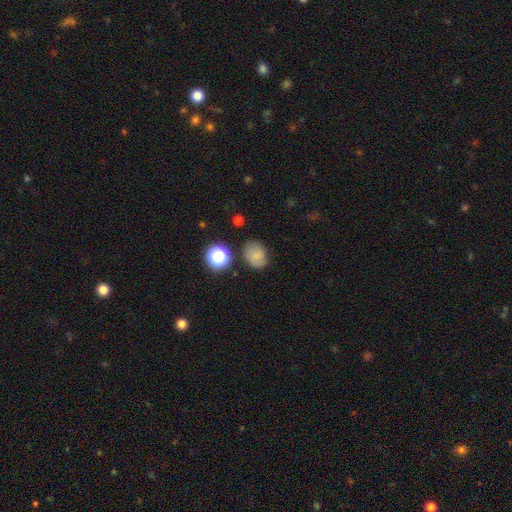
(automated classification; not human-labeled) Smooth or featured: smooth — 67% (featured or disk — 19%)
How rounded: in between — 51% (round — 48%)
Merging: none — 71% (minor disturbance — 20%)